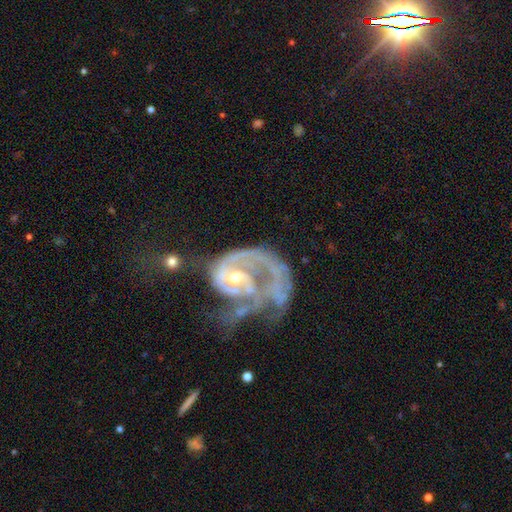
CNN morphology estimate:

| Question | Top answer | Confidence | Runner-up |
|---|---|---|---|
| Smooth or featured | featured or disk | 86% | smooth (7%) |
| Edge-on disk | no | 98% | yes (2%) |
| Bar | no | 61% | weak (30%) |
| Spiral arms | yes | 87% | no (13%) |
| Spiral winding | medium | 38% | tight (36%) |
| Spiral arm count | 1 | 43% | 2 (28%) |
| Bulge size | moderate | 47% | small (46%) |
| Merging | major disturbance | 49% | merger (21%) |